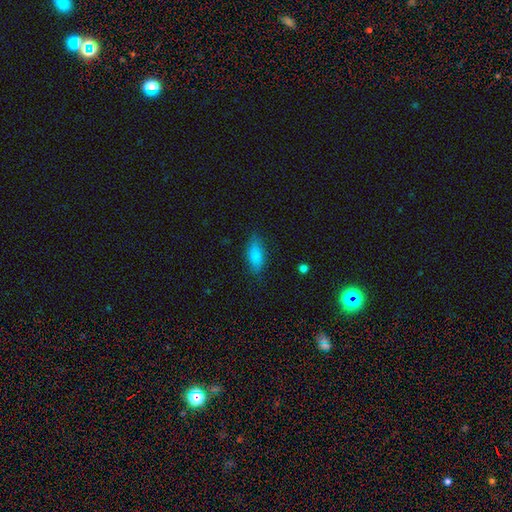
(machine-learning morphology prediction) Smooth or featured: smooth — 83% (featured or disk — 9%)
How rounded: in between — 80% (cigar-shaped — 17%)
Merging: none — 82% (minor disturbance — 13%)